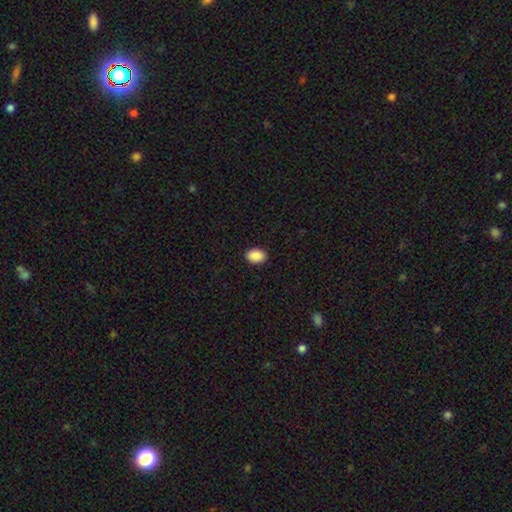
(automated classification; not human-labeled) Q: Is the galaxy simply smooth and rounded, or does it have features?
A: smooth — 90%.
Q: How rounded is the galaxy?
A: in between — 83%.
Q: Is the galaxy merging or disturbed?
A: none — 90%.